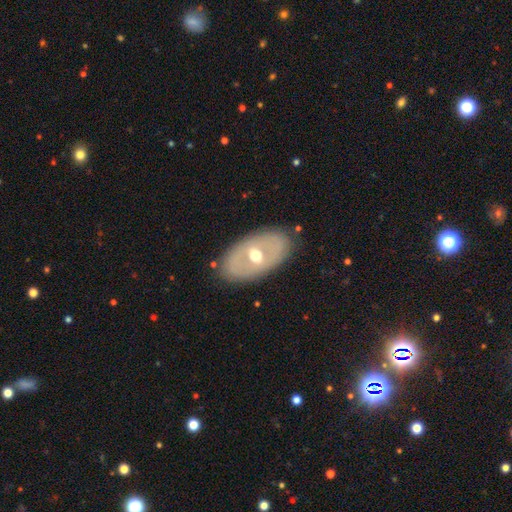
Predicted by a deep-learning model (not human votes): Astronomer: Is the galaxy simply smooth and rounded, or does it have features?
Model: featured or disk — 58% (runner-up: smooth, 35%).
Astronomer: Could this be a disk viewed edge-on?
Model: no — 88%.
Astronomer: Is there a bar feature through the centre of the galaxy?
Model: no — 49% (runner-up: weak, 35%).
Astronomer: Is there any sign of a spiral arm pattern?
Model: no — 81%.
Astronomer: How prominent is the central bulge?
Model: moderate — 74%.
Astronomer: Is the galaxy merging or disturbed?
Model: none — 81%.